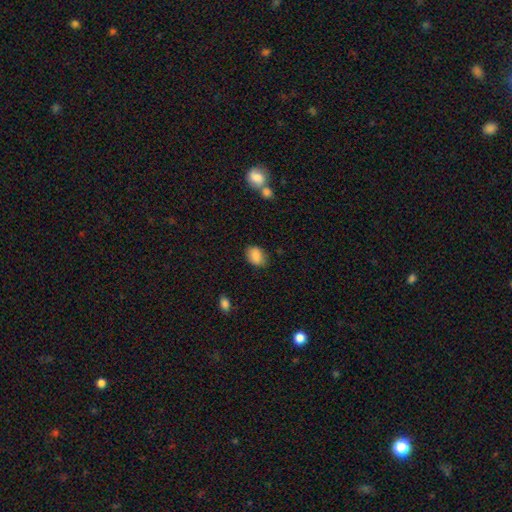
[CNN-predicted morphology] Overall: smooth (87%). How rounded: in between (76%). Merging: none (80%).